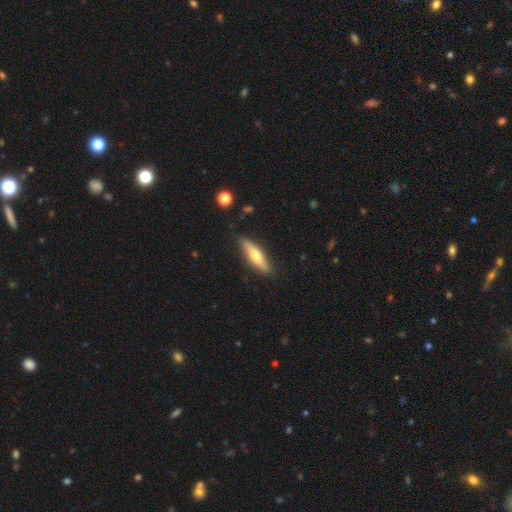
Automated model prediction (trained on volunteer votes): This is possibly a smooth galaxy (58%). How rounded: likely cigar-shaped (64%). Merging: clearly none (85%).